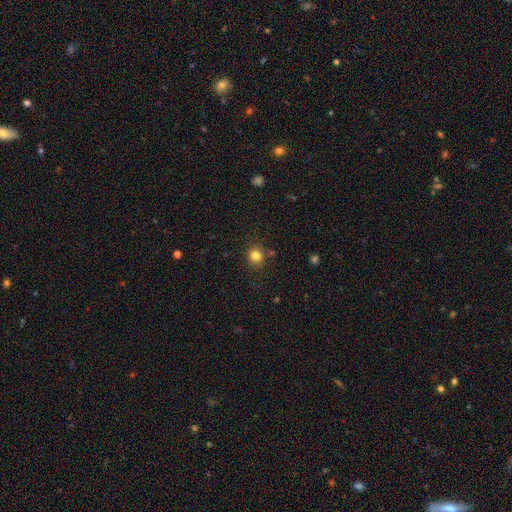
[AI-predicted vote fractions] Smooth or featured: smooth — 81% (star or artifact — 13%)
How rounded: round — 90% (in between — 9%)
Merging: none — 86% (minor disturbance — 8%)